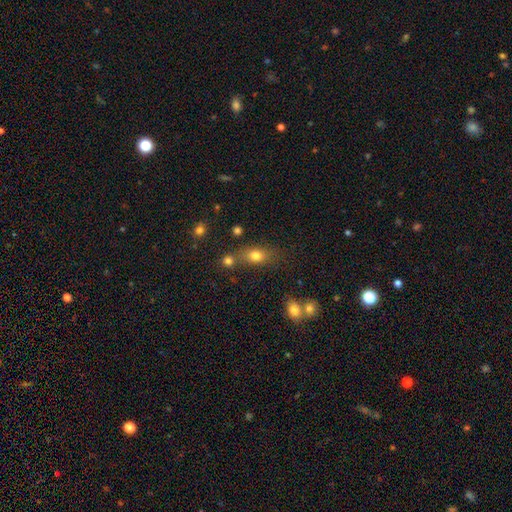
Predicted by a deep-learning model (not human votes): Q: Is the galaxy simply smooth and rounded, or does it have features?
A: smooth — 77%.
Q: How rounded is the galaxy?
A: in between — 67%.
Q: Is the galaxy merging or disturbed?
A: none — 57%.